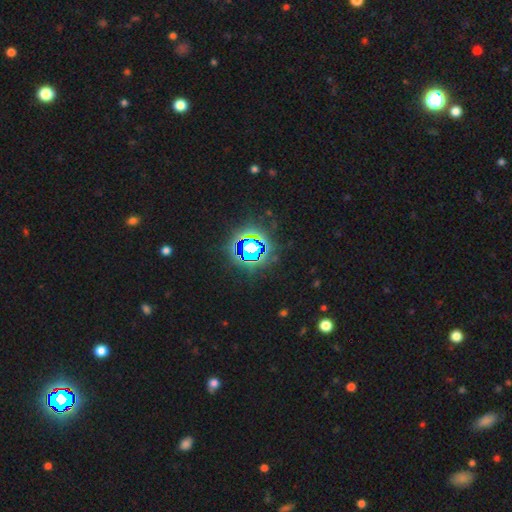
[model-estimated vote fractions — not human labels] This appears to be a star or artifact, not a galaxy (76%).